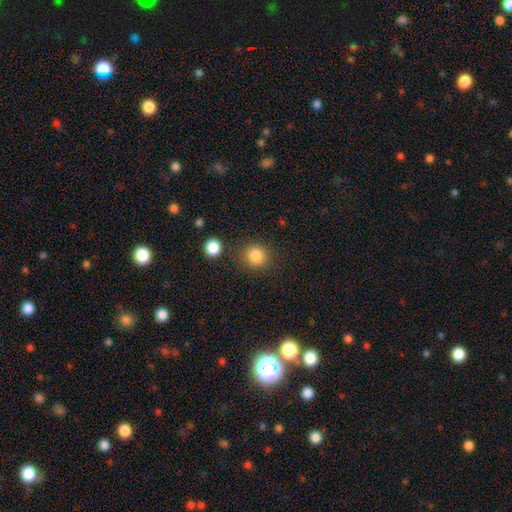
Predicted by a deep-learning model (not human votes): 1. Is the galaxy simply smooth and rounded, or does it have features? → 85% smooth, 11% star or artifact, 4% featured or disk.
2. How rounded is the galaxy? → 89% round, 10% in between, 1% cigar-shaped.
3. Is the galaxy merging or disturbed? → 83% none, 9% minor disturbance, 5% merger, 3% major disturbance.